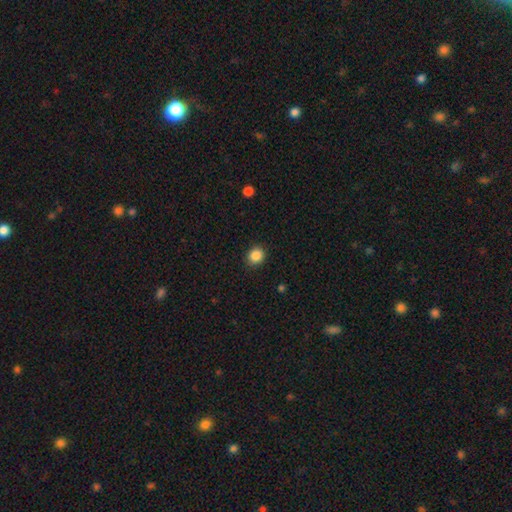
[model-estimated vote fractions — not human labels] A smooth galaxy with no disk features (87%) that is round (74%). Merging: none (90%).